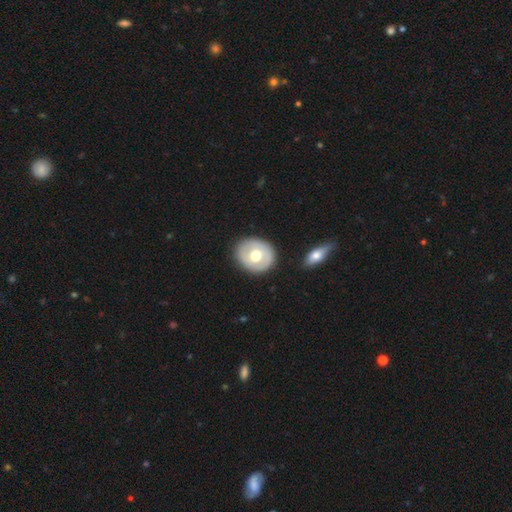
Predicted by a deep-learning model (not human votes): The model was most divided on "smooth or featured": smooth: 51%, featured or disk: 44%, star or artifact: 5%. More confident: merging — none (85%); how rounded — round (65%).